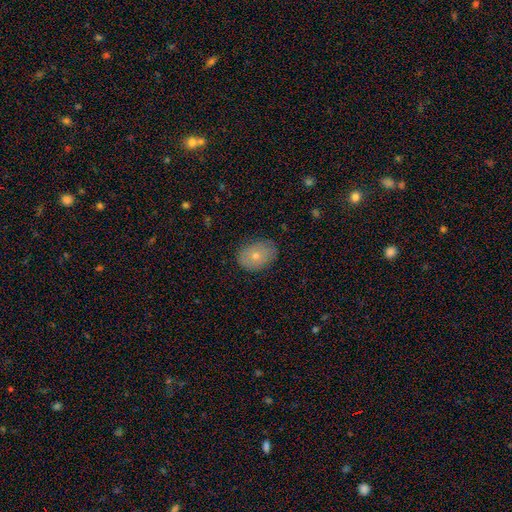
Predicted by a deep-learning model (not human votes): A smooth galaxy with no disk features (69%) that is in between round and cigar-shaped (73%). Merging: none (81%).